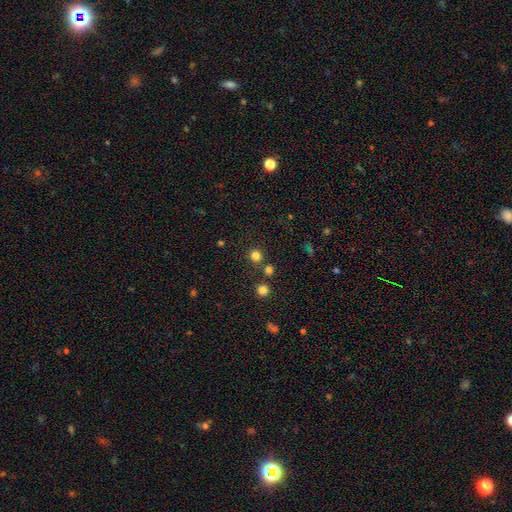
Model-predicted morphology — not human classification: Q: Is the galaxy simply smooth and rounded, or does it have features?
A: smooth — 79%.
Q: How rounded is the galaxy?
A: round — 93%.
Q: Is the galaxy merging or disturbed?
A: none — 81%.